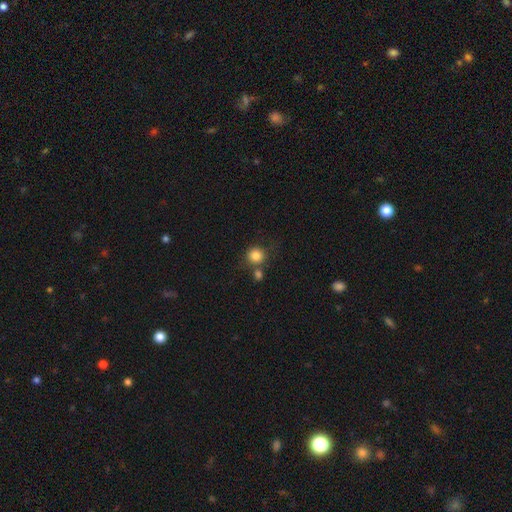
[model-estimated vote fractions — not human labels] A smooth galaxy with no disk features (83%) that is round (90%). Merging: none (64%).